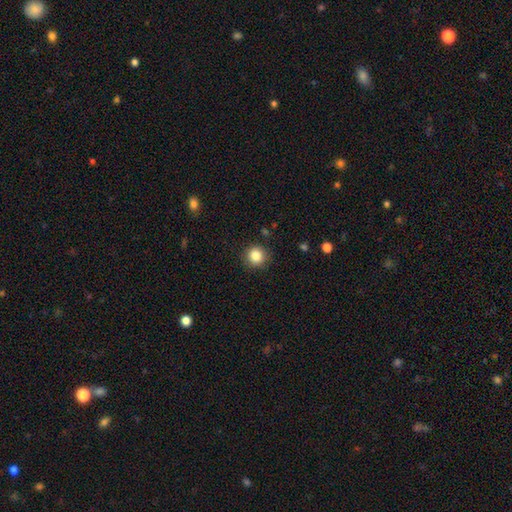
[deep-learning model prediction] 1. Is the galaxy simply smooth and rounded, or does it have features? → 85% smooth, 10% star or artifact, 5% featured or disk.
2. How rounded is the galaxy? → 92% round, 7% in between, 1% cigar-shaped.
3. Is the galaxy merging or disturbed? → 90% none, 7% minor disturbance, 2% major disturbance, 1% merger.